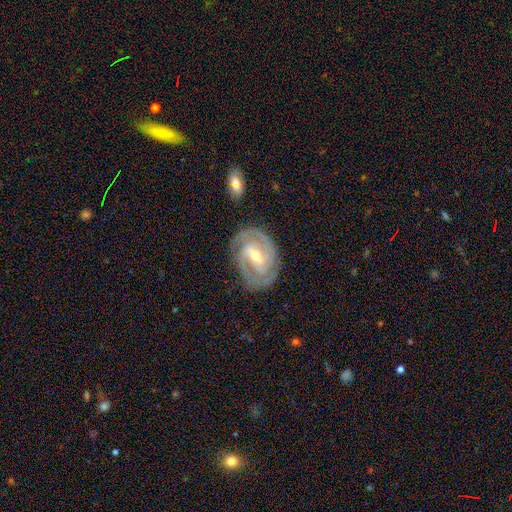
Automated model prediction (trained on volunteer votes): Smooth or featured?
  - featured or disk: 89% *
  - smooth: 7%
  - star or artifact: 5%
Edge-on disk?
  - no: 97% *
  - yes: 3%
Bar?
  - weak: 45% *
  - strong: 36%
  - no: 19%
Spiral arms?
  - yes: 97% *
  - no: 3%
Spiral winding?
  - tight: 65% *
  - medium: 30%
  - loose: 5%
Spiral arm count?
  - 2: 59% *
  - 3: 21%
  - can't tell: 10%
  - 4: 4%
  - 1: 3%
  - more than 4: 3%
Bulge size?
  - moderate: 53% *
  - small: 44%
  - large: 2%
  - none: 1%
  - dominant: 1%
Merging?
  - none: 81% *
  - minor disturbance: 14%
  - major disturbance: 4%
  - merger: 2%